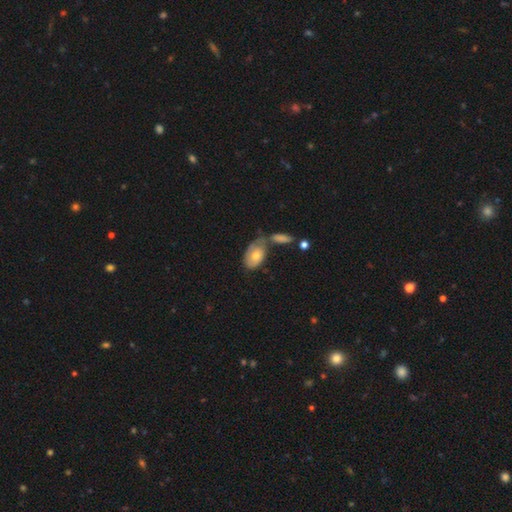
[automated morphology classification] Smooth or featured? smooth (60%)
How rounded? in between (89%)
Merging? merger (39%)